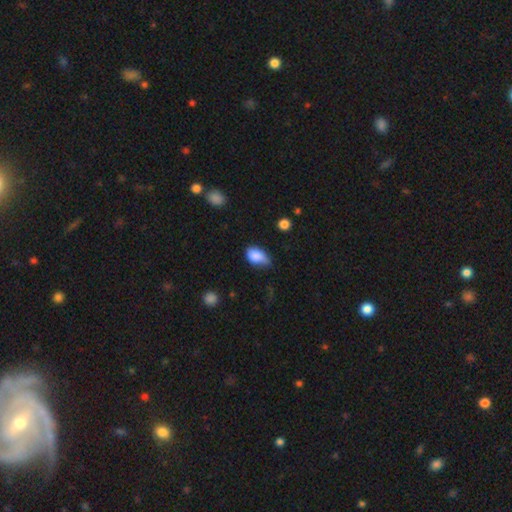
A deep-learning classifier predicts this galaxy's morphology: A smooth galaxy with no disk features (84%) that is in between round and cigar-shaped (88%). Merging: minor disturbance (48%).